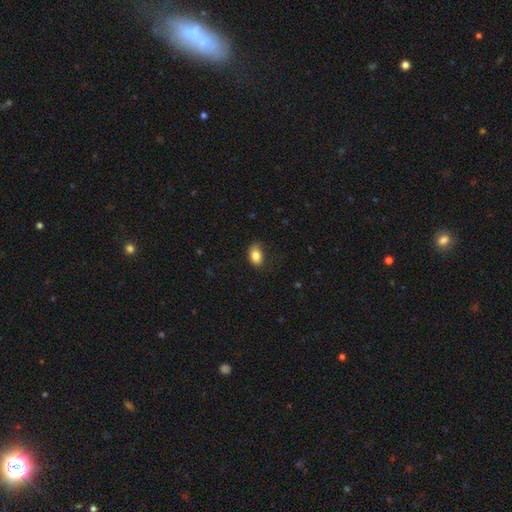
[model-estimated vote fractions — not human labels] smooth_or_featured: smooth (p=0.84) [alt: star or artifact p=0.08]
how_rounded: in between (p=0.86) [alt: round p=0.13]
merging: none (p=0.74) [alt: minor disturbance p=0.20]